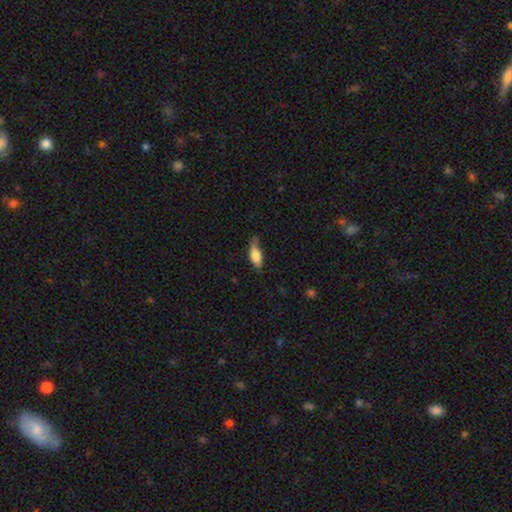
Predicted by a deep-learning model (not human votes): Smooth or featured? Predicted: smooth (p=0.76). How rounded? Predicted: in between (p=0.75). Merging? Predicted: none (p=0.51).